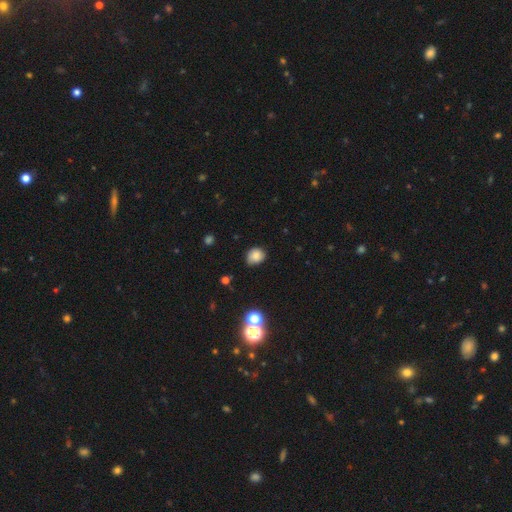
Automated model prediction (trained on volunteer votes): This is likely a smooth galaxy (78%). How rounded: likely round (69%). Merging: likely none (70%).